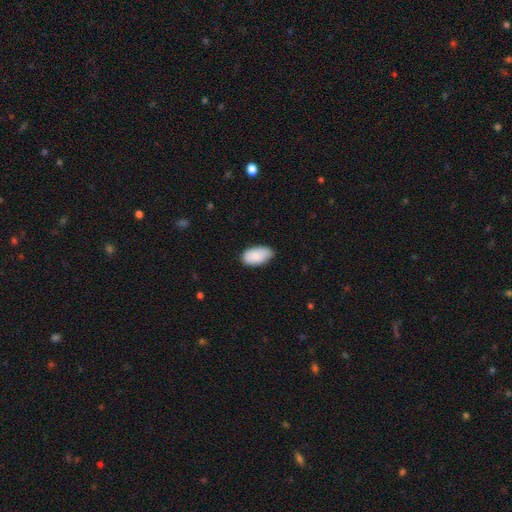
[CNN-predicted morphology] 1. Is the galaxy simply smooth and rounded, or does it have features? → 88% smooth, 6% featured or disk, 6% star or artifact.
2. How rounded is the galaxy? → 95% in between, 3% round, 2% cigar-shaped.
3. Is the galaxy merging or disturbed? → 73% none, 23% minor disturbance, 3% major disturbance, 1% merger.